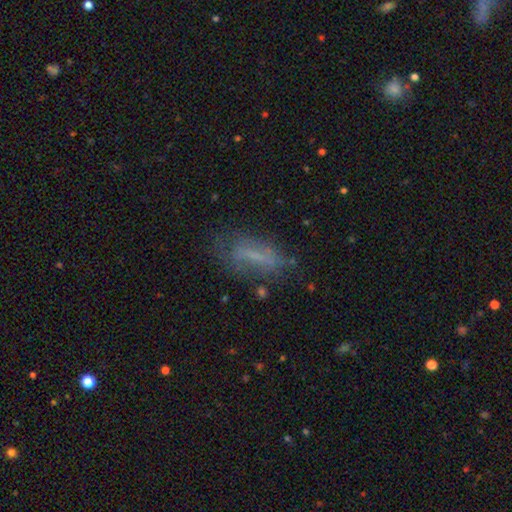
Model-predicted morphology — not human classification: This is possibly a smooth galaxy (47%). Merging: possibly none (57%).